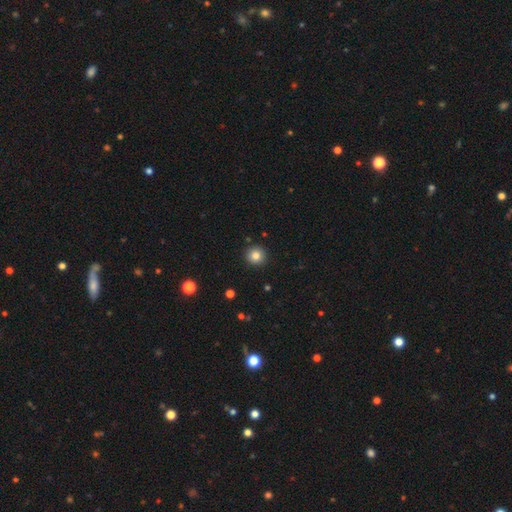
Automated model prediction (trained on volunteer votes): smooth_or_featured: smooth (p=0.82) [alt: star or artifact p=0.11]
how_rounded: round (p=0.94) [alt: in between p=0.05]
merging: none (p=0.92) [alt: minor disturbance p=0.05]